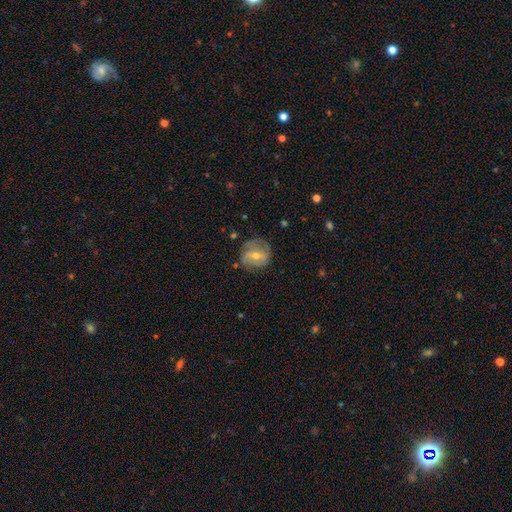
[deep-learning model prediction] The model was most divided on "bulge size": moderate: 53%, small: 42%, large: 2%, none: 2%, dominant: 1%. Remaining: edge-on disk — no (96%); spiral arms — yes (73%); merging — none (67%); smooth or featured — featured or disk (60%); bar — weak (46%).